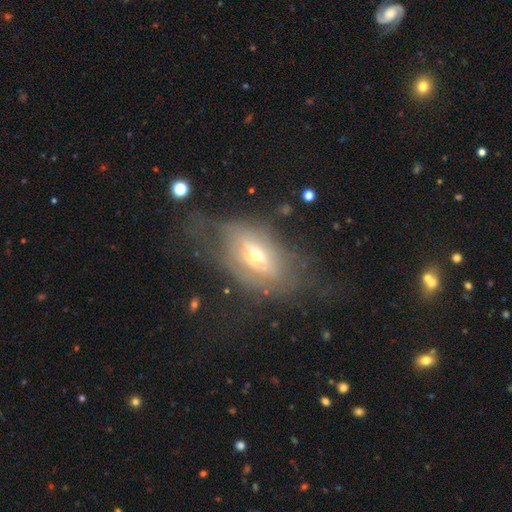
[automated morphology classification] Overall: featured or disk (60%; smooth 30%). Edge-on disk: no (77%). Merging: none (39%; major disturbance 34%).